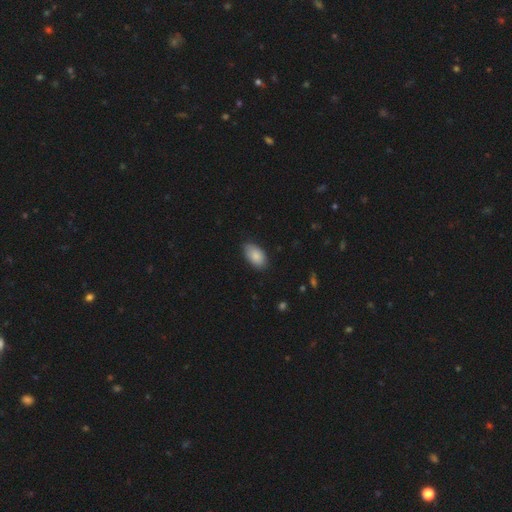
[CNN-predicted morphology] This is clearly a smooth galaxy (86%). How rounded: clearly in between (94%). Merging: likely none (79%).